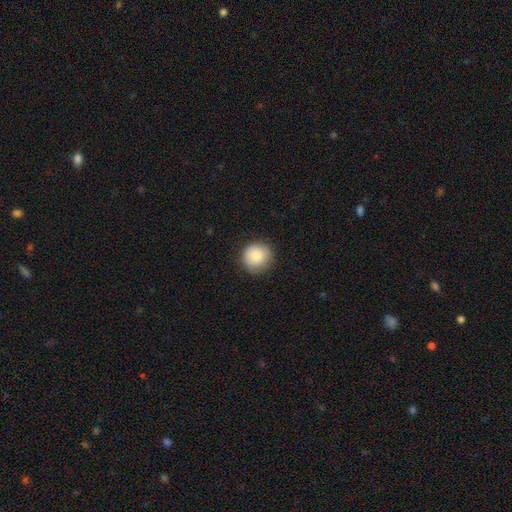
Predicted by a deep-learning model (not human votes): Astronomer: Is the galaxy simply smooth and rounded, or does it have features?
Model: smooth — 86%.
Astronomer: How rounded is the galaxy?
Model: round — 93%.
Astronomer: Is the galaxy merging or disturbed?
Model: none — 85%.